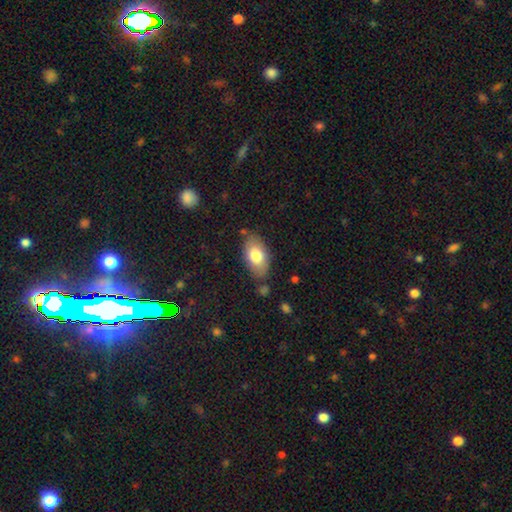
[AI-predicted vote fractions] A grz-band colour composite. It shows a smooth galaxy with no disk features (77%) that is in between round and cigar-shaped (93%). Merging: none (77%).